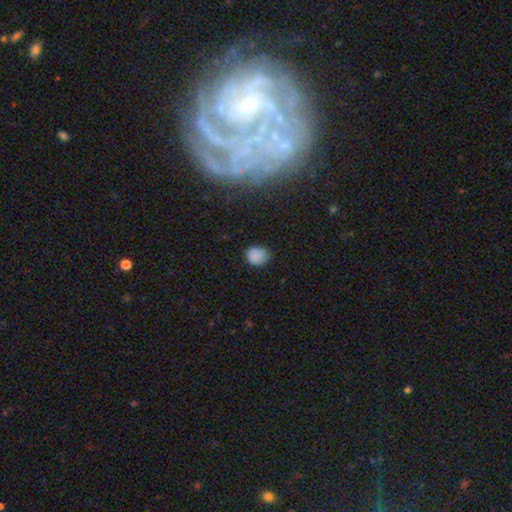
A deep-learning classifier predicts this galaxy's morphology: Smooth or featured?
  - smooth: 83% *
  - star or artifact: 11%
  - featured or disk: 6%
How rounded?
  - round: 60% *
  - in between: 39%
  - cigar-shaped: 1%
Merging?
  - none: 68% *
  - minor disturbance: 26%
  - major disturbance: 5%
  - merger: 1%